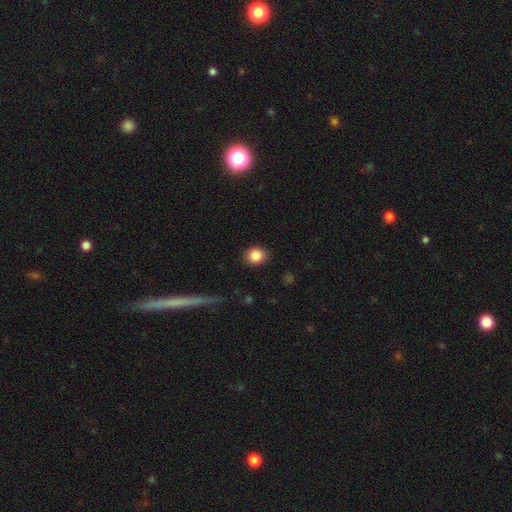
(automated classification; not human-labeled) A smooth galaxy with no disk features (86%) that is round (75%). Merging: none (89%).